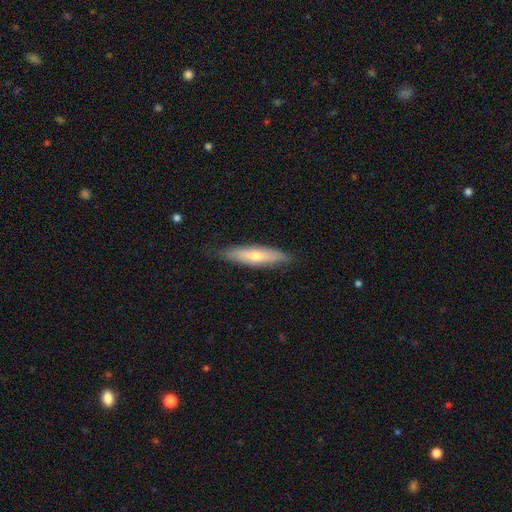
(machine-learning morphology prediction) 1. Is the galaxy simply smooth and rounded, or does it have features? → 49% smooth, 44% featured or disk, 7% star or artifact.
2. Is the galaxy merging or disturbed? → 84% none, 13% minor disturbance, 2% major disturbance, 1% merger.